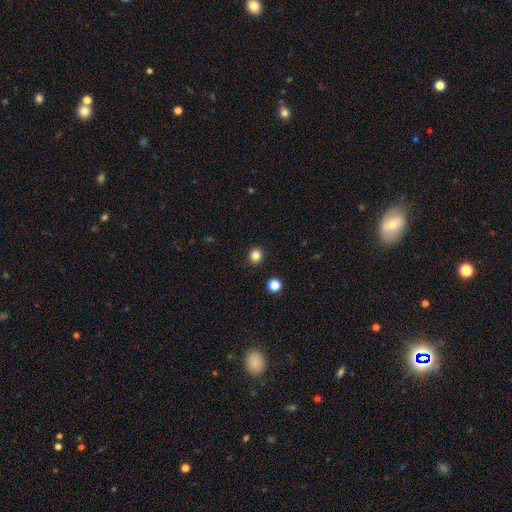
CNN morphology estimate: smooth_or_featured: smooth (p=0.83) [alt: star or artifact p=0.12]
how_rounded: round (p=0.84) [alt: in between p=0.15]
merging: none (p=0.92) [alt: minor disturbance p=0.05]